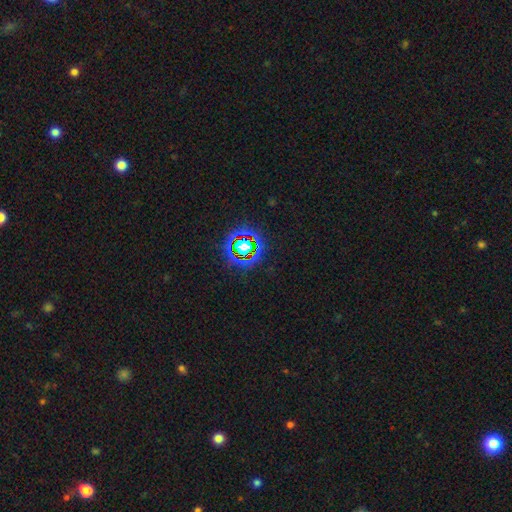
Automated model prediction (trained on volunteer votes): Smooth or featured? star or artifact (74%)